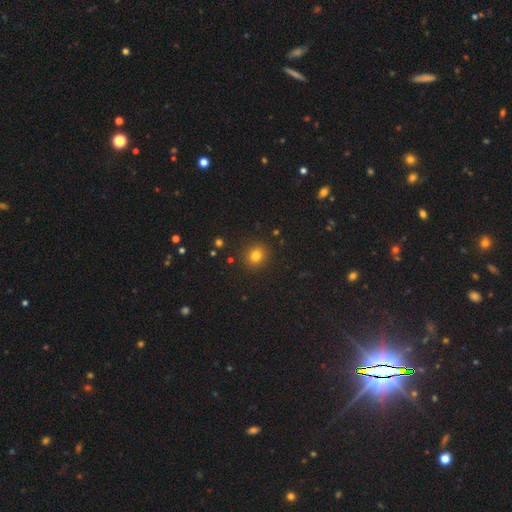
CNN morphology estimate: This is clearly a smooth galaxy (81%). How rounded: likely round (75%). Merging: clearly none (89%).